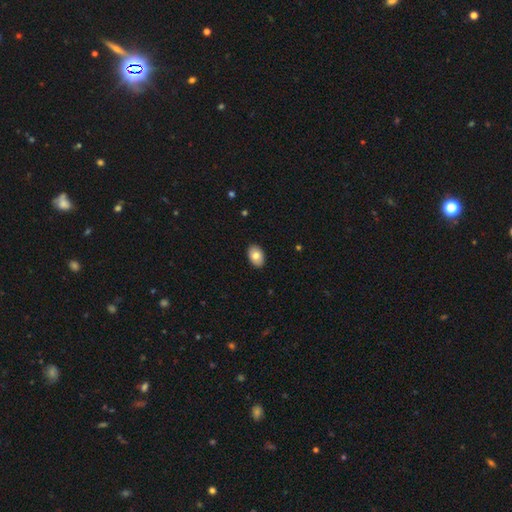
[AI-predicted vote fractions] Smooth or featured: smooth — 80% (featured or disk — 13%)
How rounded: in between — 90% (round — 9%)
Merging: none — 90% (minor disturbance — 7%)